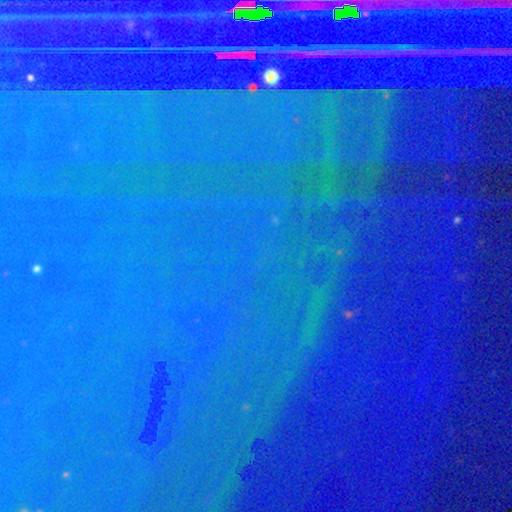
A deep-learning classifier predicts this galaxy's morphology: Smooth or featured?
  - star or artifact: 84% *
  - smooth: 8%
  - featured or disk: 8%